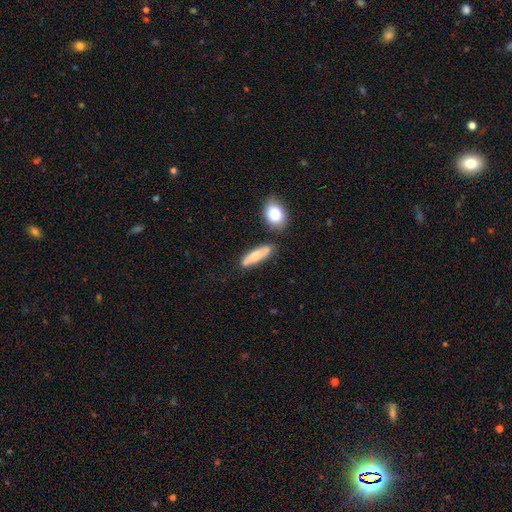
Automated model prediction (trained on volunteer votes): smooth-or-featured: smooth: 69% | featured or disk: 22% | star or artifact: 9%
  how-rounded: cigar-shaped: 63% | in between: 33% | round: 3%
  merging: none: 71% | minor disturbance: 16% | merger: 8% | major disturbance: 4%